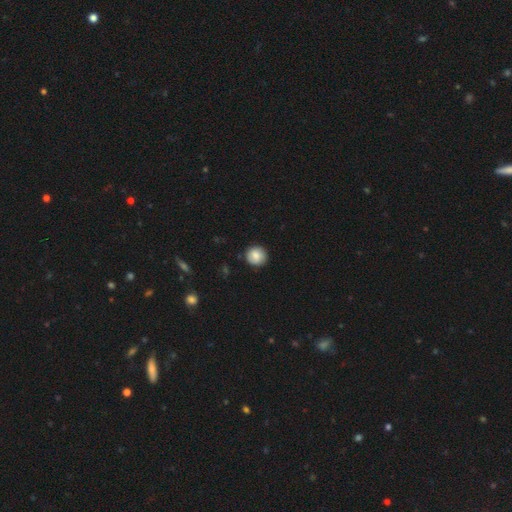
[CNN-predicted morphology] Smooth or featured? Predicted: smooth (p=0.84). How rounded? Predicted: round (p=0.92). Merging? Predicted: none (p=0.87).